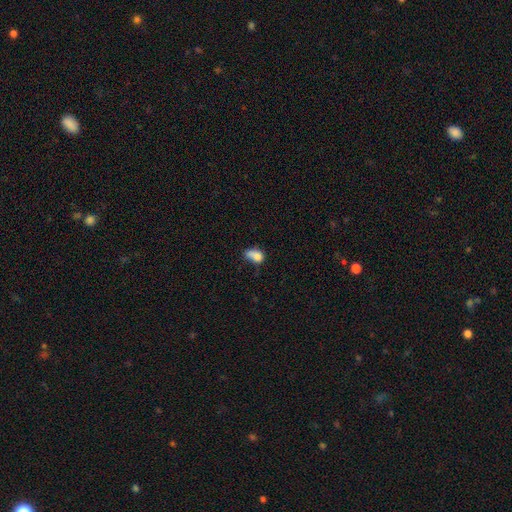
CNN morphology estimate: Q: Smooth or featured?
A: smooth (76%); runner-up: featured or disk (14%)
Q: How rounded?
A: in between (79%); runner-up: round (18%)
Q: Merging?
A: minor disturbance (31%); runner-up: none (30%)